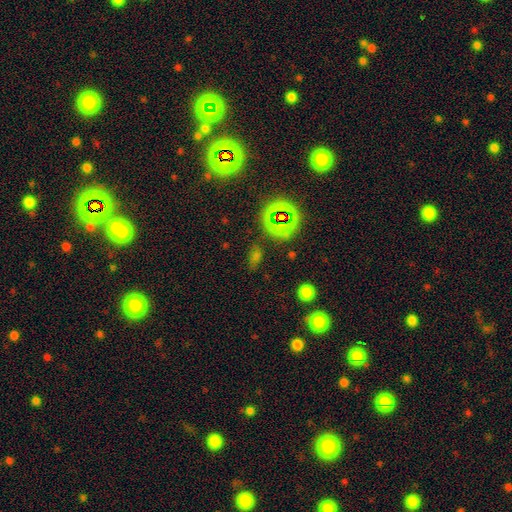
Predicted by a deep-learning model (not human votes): Q: Smooth or featured?
A: star or artifact (49%); runner-up: smooth (41%)